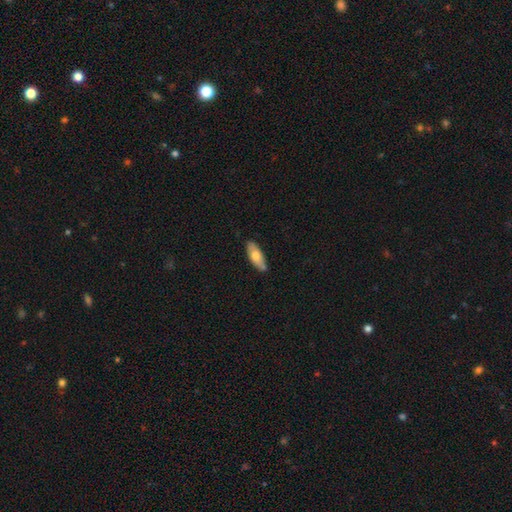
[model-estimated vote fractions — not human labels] Smooth or featured? Predicted: smooth (p=0.67). How rounded? Predicted: in between (p=0.72). Merging? Predicted: none (p=0.83).